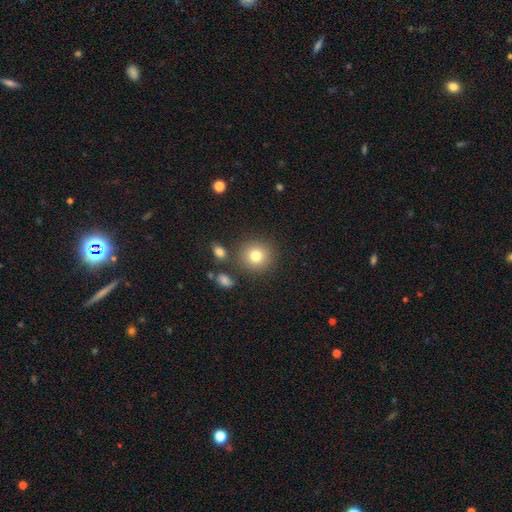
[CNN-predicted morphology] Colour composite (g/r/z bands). It shows a smooth galaxy with no disk features (80%) that is round (90%). Merging: none (82%).